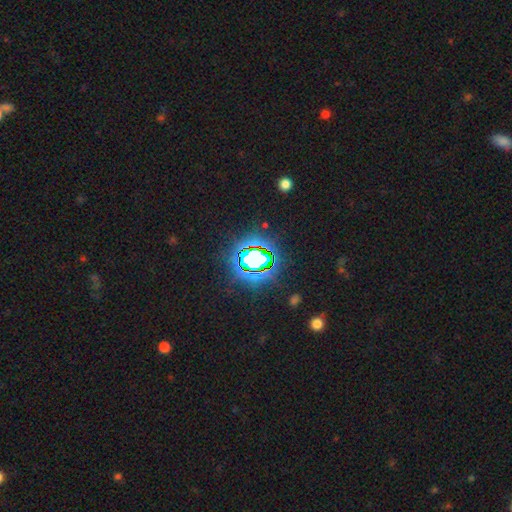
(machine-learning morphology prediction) Smooth or featured: star or artifact — 78% (smooth — 14%)